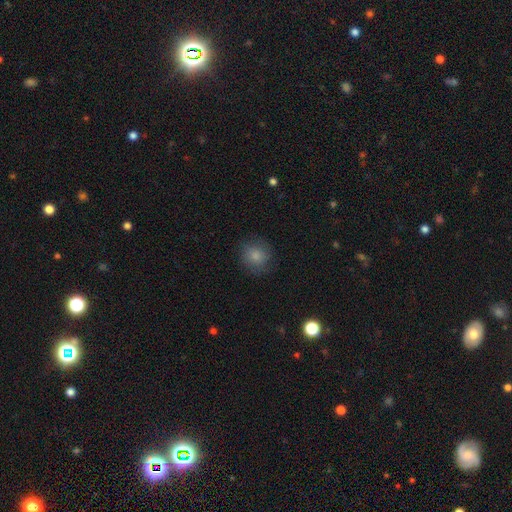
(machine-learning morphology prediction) A smooth galaxy with no disk features (82%) that is round (88%).

Vote fractions:
- Smooth or featured? smooth: 82% / star or artifact: 9% / featured or disk: 9%
- How rounded? round: 88% / in between: 11% / cigar-shaped: 1%
- Merging? none: 82% / minor disturbance: 12% / major disturbance: 4% / merger: 1%